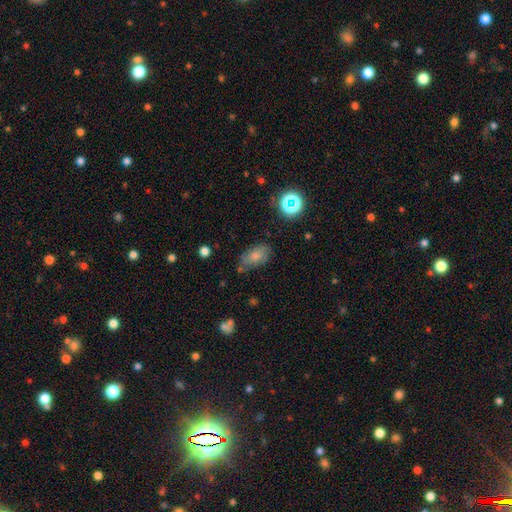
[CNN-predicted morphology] A smooth galaxy with no disk features (69%) that is in between round and cigar-shaped (89%).

Vote fractions:
- Smooth or featured? smooth: 69% / featured or disk: 19% / star or artifact: 12%
- How rounded? in between: 89% / round: 7% / cigar-shaped: 4%
- Merging? none: 64% / minor disturbance: 25% / major disturbance: 7% / merger: 4%